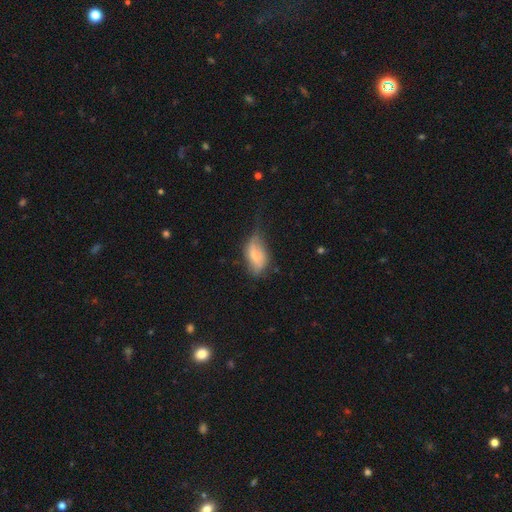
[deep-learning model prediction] smooth 65%, featured or disk 27%, star or artifact 8%. Down the decision tree: how rounded — in between (89%); merging — minor disturbance (40%).